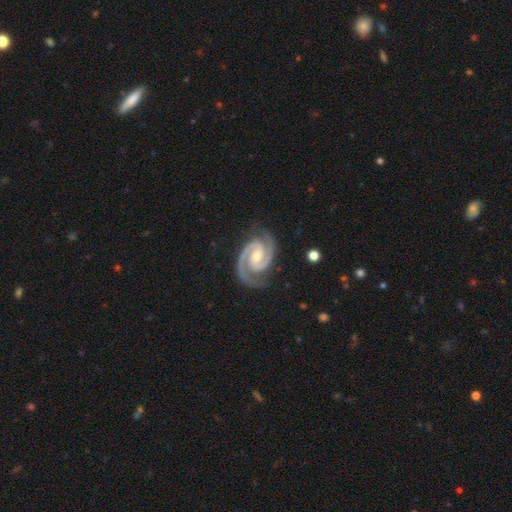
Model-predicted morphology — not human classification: smooth-or-featured: featured or disk: 94% | star or artifact: 3% | smooth: 2%
  disk-edge-on: no: 98% | yes: 2%
    bar: weak: 46% | no: 32% | strong: 22%
    has-spiral-arms: yes: 99% | no: 1%
      spiral-winding: tight: 51% | medium: 44% | loose: 5%
      spiral-arm-count: 2: 94% | 3: 2% | can't tell: 1% | 1: 1% | 4: 1% | more than 4: 1%
    bulge-size: moderate: 55% | small: 37% | none: 4% | large: 3% | dominant: 1%
  merging: none: 83% | minor disturbance: 12% | major disturbance: 3% | merger: 1%